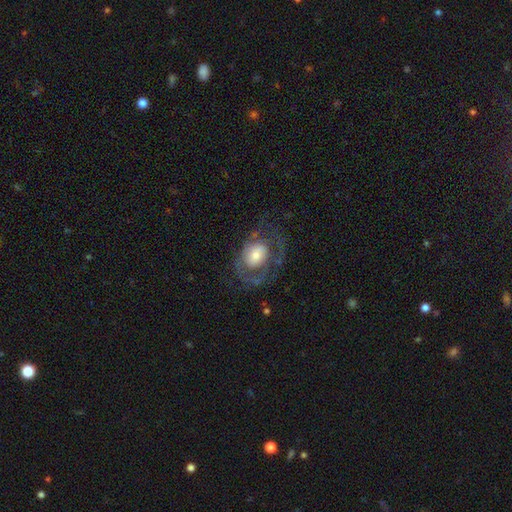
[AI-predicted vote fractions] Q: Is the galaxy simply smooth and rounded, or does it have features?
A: featured or disk — 59%.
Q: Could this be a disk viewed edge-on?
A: no — 96%.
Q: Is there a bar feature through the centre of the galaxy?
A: no — 76%.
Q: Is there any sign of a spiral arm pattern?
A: yes — 63%.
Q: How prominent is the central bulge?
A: moderate — 48%.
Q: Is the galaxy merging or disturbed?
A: none — 47%.